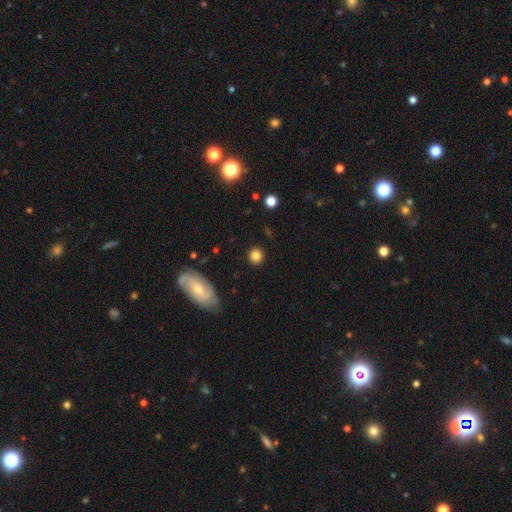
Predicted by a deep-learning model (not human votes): Q: Smooth or featured?
A: smooth (83%); runner-up: star or artifact (10%)
Q: How rounded?
A: round (88%); runner-up: in between (11%)
Q: Merging?
A: none (89%); runner-up: minor disturbance (7%)